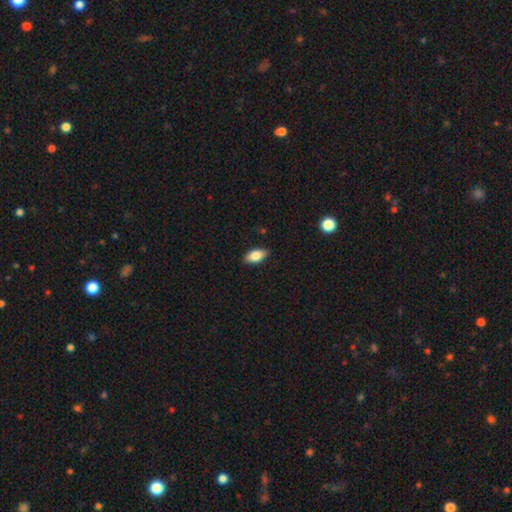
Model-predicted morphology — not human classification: A smooth galaxy with no disk features (81%) that is in between round and cigar-shaped (90%).

Vote fractions:
- Smooth or featured? smooth: 81% / featured or disk: 12% / star or artifact: 7%
- How rounded? in between: 90% / cigar-shaped: 7% / round: 3%
- Merging? none: 87% / minor disturbance: 10% / major disturbance: 2% / merger: 1%